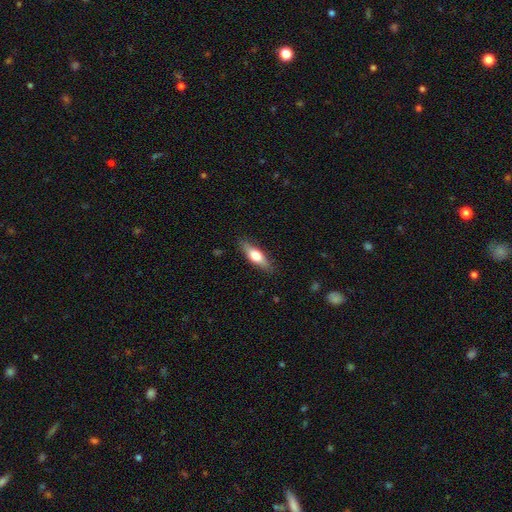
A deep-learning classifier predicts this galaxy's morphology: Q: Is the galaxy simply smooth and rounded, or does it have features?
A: smooth — 58%.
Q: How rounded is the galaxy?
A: in between — 51%.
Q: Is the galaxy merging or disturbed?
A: none — 84%.